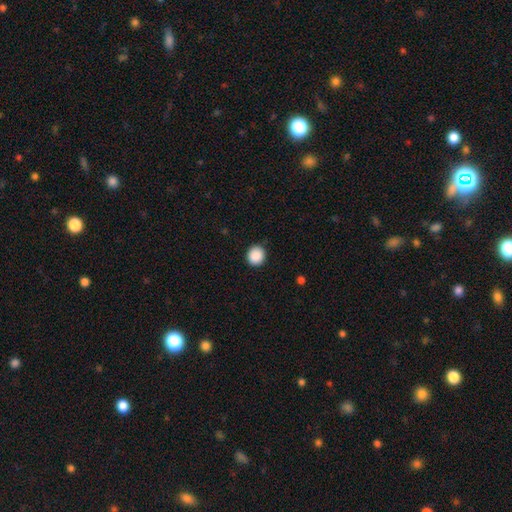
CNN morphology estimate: Smooth or featured? Predicted: smooth (p=0.89). How rounded? Predicted: round (p=0.90). Merging? Predicted: none (p=0.90).